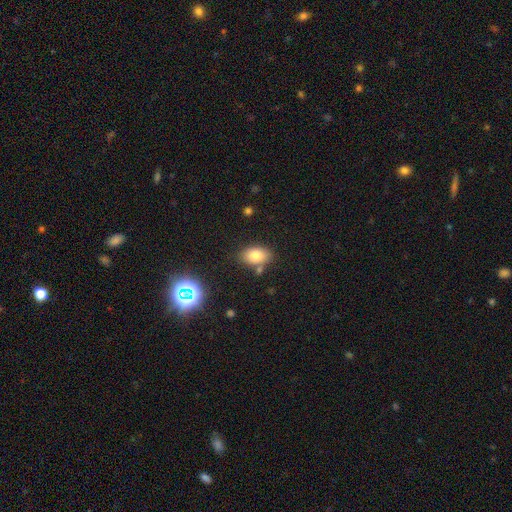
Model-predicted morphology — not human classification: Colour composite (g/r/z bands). It shows a smooth galaxy with no disk features (78%) that is in between round and cigar-shaped (86%). Merging: none (76%).